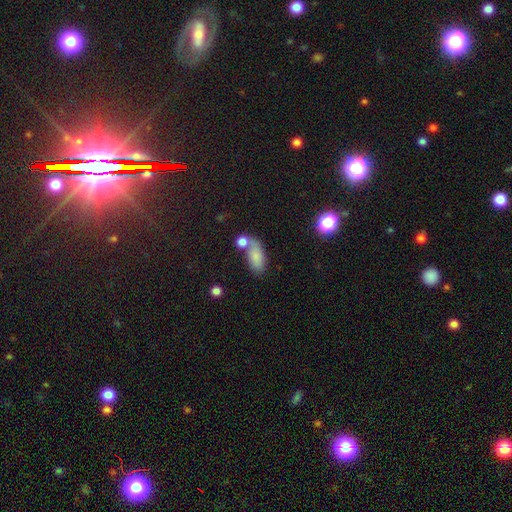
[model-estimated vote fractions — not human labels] Morphology: type=smooth (79%); roundness=in between (90%); merging=none (45%).